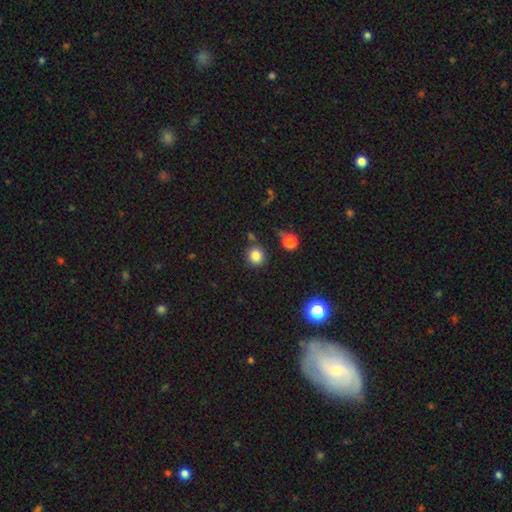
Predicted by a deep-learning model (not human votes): A smooth galaxy with no disk features (83%) that is round (89%). Merging: none (83%).